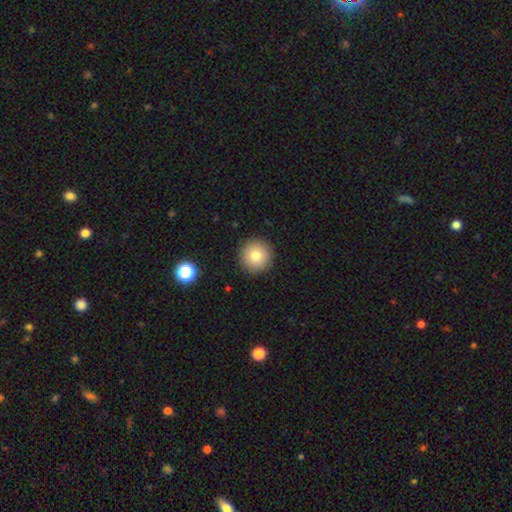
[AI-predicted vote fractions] This is likely a smooth galaxy (79%). How rounded: clearly round (95%). Merging: clearly none (92%).